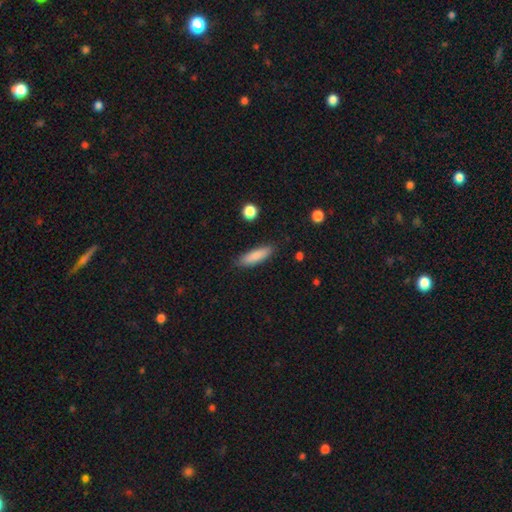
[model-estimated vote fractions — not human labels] Smooth or featured? Predicted: smooth (p=0.85). How rounded? Predicted: cigar-shaped (p=0.59). Merging? Predicted: none (p=0.86).